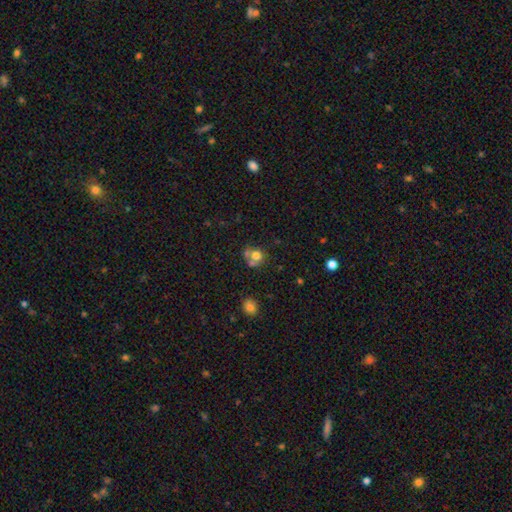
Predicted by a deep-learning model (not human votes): This is likely a smooth galaxy (68%). How rounded: likely round (77%). Merging: marginally none (40%, tied with merger).